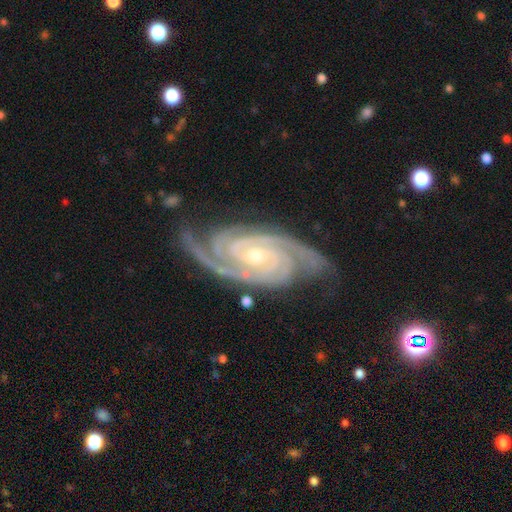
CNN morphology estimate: This is clearly a featured or disk galaxy (94%). It is clearly not viewed edge-on (97%). Bar: possibly no (46%). Spiral arm pattern: clearly yes (99%). Spiral arm count: possibly 2 (47%). Spiral winding: likely tight (79%). Central bulge: possibly small (56%). Merging: likely none (76%).